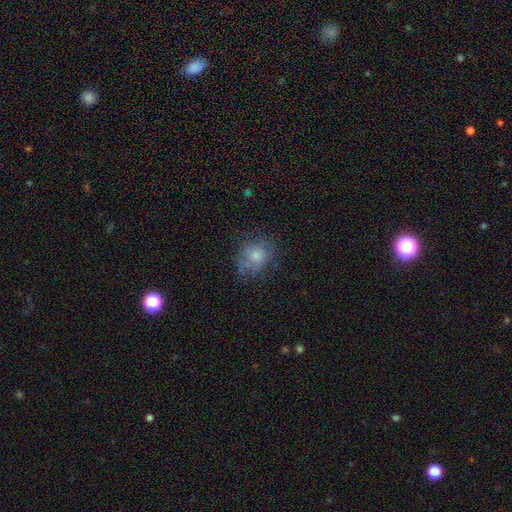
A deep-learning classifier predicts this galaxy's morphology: Q: Smooth or featured?
A: smooth (71%); runner-up: featured or disk (18%)
Q: How rounded?
A: round (59%); runner-up: in between (40%)
Q: Merging?
A: none (62%); runner-up: minor disturbance (24%)